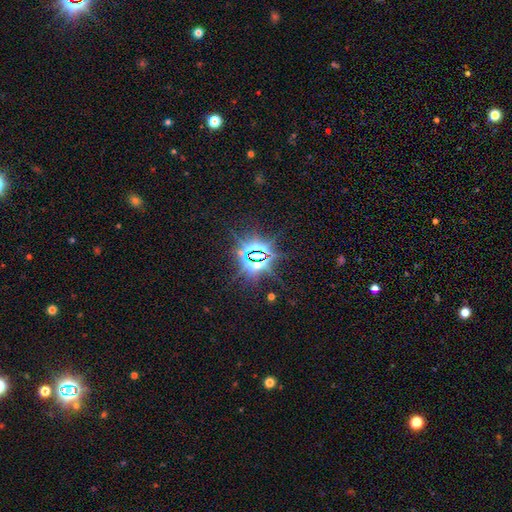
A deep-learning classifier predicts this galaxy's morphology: This appears to be a star or artifact, not a galaxy (84%).